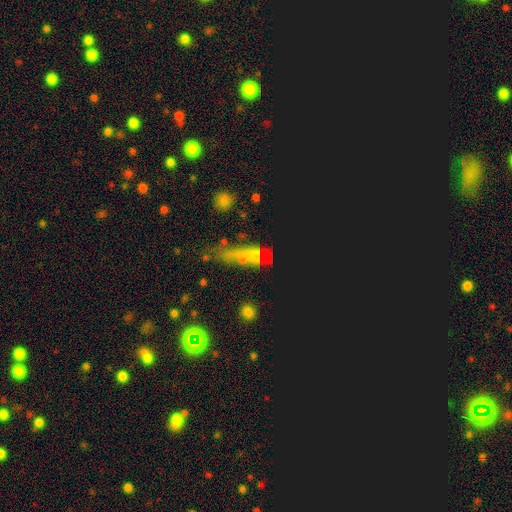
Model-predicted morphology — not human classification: The model was most divided on "smooth or featured": star or artifact: 43%, smooth: 36%, featured or disk: 21%.